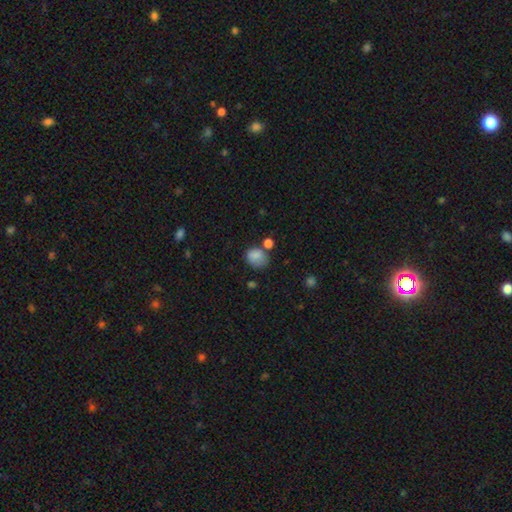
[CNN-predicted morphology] smooth_or_featured: smooth (p=0.82) [alt: star or artifact p=0.10]
how_rounded: round (p=0.56) [alt: in between p=0.44]
merging: none (p=0.50) [alt: minor disturbance p=0.26]